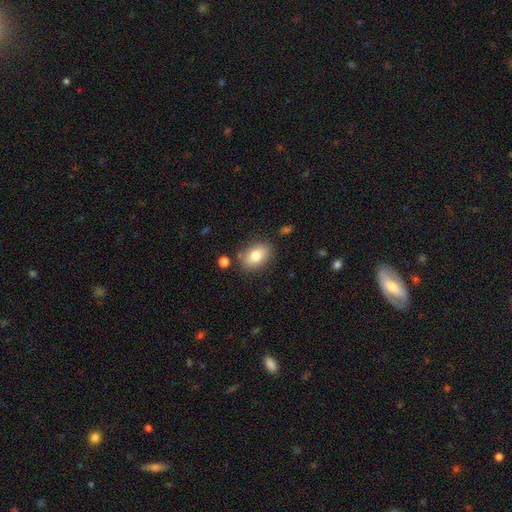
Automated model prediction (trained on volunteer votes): Smooth or featured: smooth — 80% (featured or disk — 12%)
How rounded: in between — 83% (round — 15%)
Merging: none — 81% (minor disturbance — 12%)